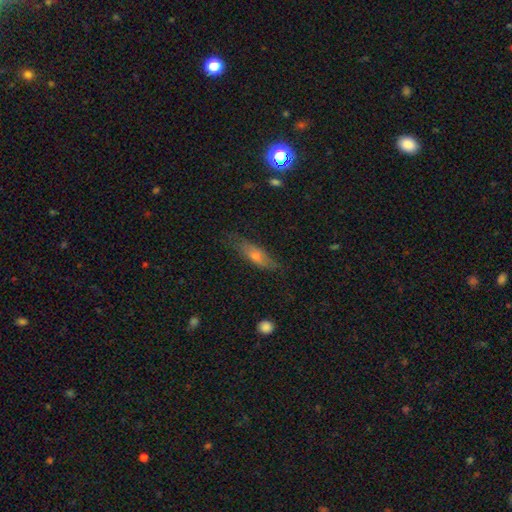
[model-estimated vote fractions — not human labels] This is possibly a smooth galaxy (52%). How rounded: possibly cigar-shaped (57%). Merging: likely none (74%).